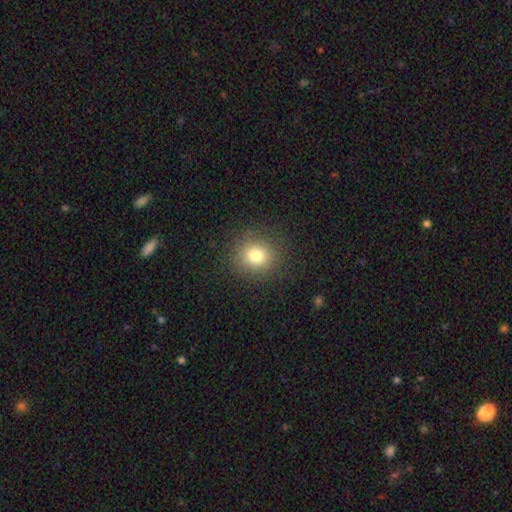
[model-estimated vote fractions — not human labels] This is likely a smooth galaxy (78%). How rounded: clearly round (84%). Merging: clearly none (88%).